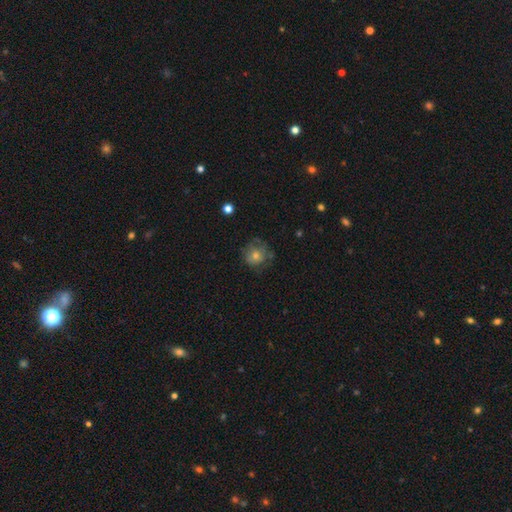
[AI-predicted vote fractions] smooth 58%, featured or disk 30%, star or artifact 12%. Down the decision tree: how rounded — round (85%); merging — none (64%).